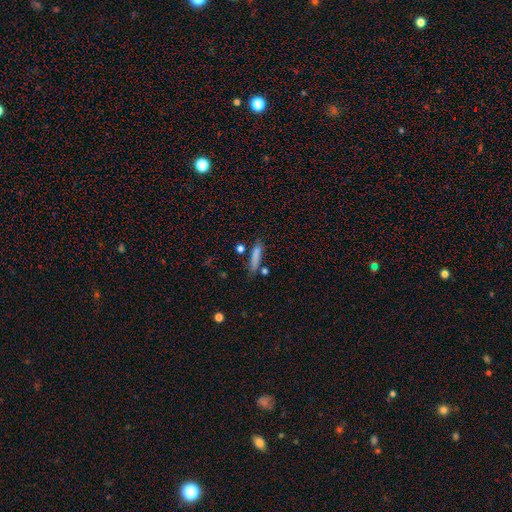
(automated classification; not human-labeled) This appears to be a smooth galaxy with no disk features (79%) that is cigar-shaped (83%). Merging: none (71%).